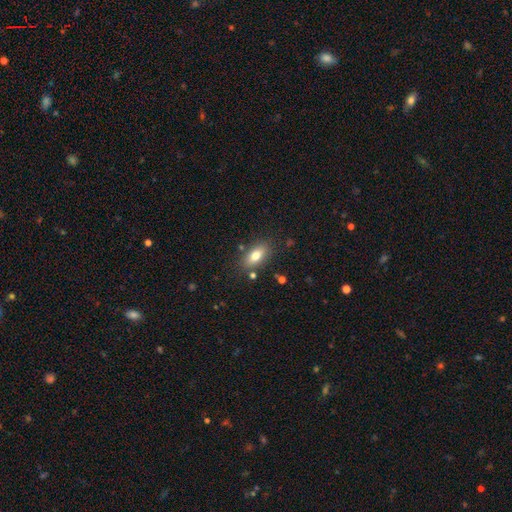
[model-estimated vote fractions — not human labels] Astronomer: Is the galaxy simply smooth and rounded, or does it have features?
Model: smooth — 77%.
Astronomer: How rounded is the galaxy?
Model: in between — 86%.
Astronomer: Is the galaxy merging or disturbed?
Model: none — 81%.